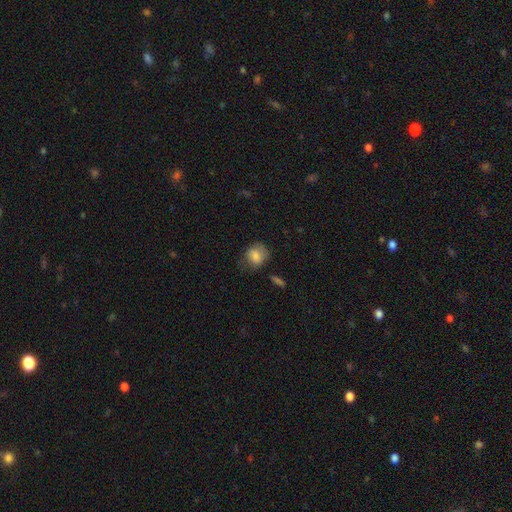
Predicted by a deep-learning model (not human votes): smooth 78%, featured or disk 13%, star or artifact 9%. Down the decision tree: how rounded — round (60%); merging — none (64%).